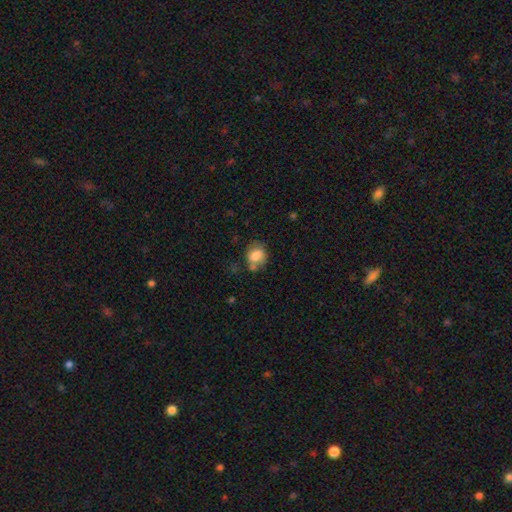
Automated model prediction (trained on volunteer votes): The model was most divided on "how rounded": round: 55%, in between: 44%, cigar-shaped: 1%. Remaining: smooth or featured — smooth (79%); merging — none (49%).